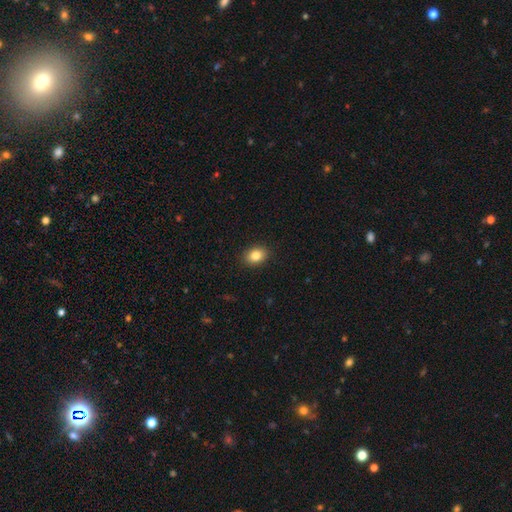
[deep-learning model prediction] A smooth galaxy with no disk features (84%) that is in between round and cigar-shaped (66%). Merging: none (90%).